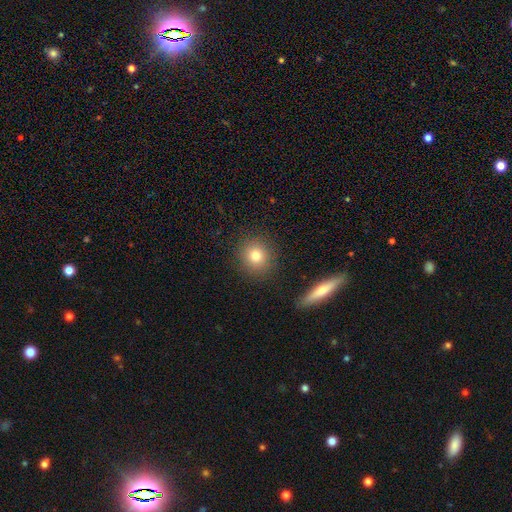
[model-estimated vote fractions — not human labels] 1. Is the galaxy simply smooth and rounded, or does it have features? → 78% smooth, 12% star or artifact, 10% featured or disk.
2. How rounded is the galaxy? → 89% round, 9% in between, 1% cigar-shaped.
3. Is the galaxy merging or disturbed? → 88% none, 7% minor disturbance, 3% major disturbance, 2% merger.